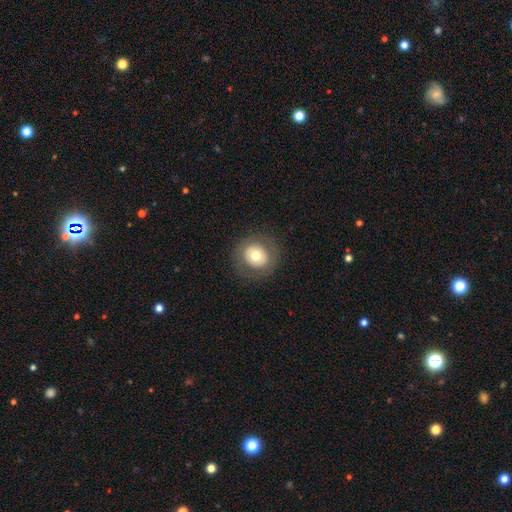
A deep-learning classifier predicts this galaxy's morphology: Q: Smooth or featured?
A: smooth (64%); runner-up: featured or disk (26%)
Q: How rounded?
A: round (91%); runner-up: in between (8%)
Q: Merging?
A: none (86%); runner-up: minor disturbance (8%)